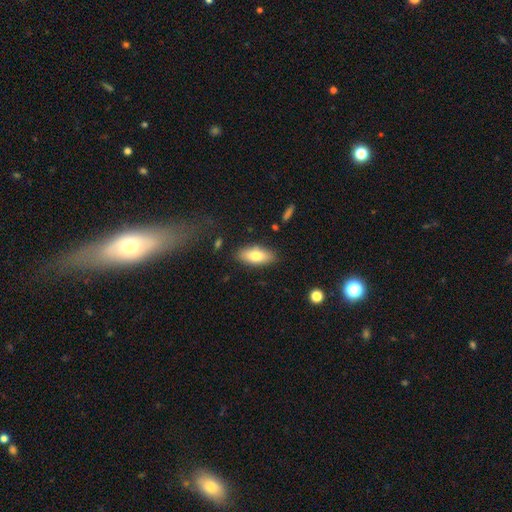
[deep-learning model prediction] A smooth galaxy with no disk features (76%) that is in between round and cigar-shaped (83%).

Vote fractions:
- Smooth or featured? smooth: 76% / featured or disk: 17% / star or artifact: 7%
- How rounded? in between: 83% / cigar-shaped: 14% / round: 3%
- Merging? none: 84% / minor disturbance: 11% / major disturbance: 3% / merger: 2%